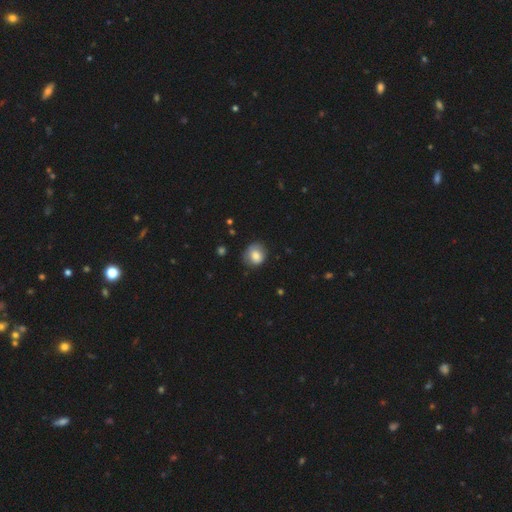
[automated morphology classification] smooth 78%, featured or disk 14%, star or artifact 9%. Down the decision tree: how rounded — round (81%); merging — none (73%).